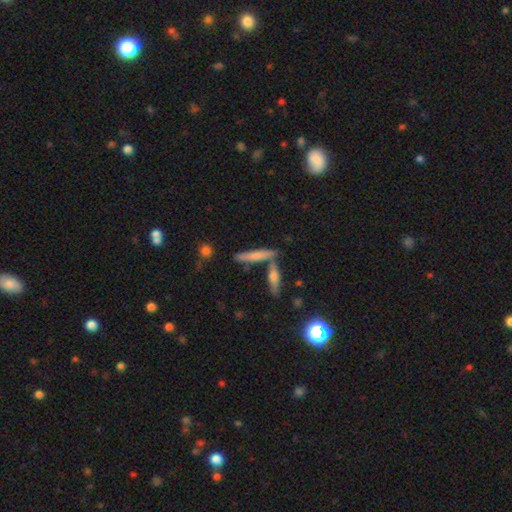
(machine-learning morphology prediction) Overall: smooth (62%; featured or disk 31%). How rounded: cigar-shaped (86%). Merging: none (67%).